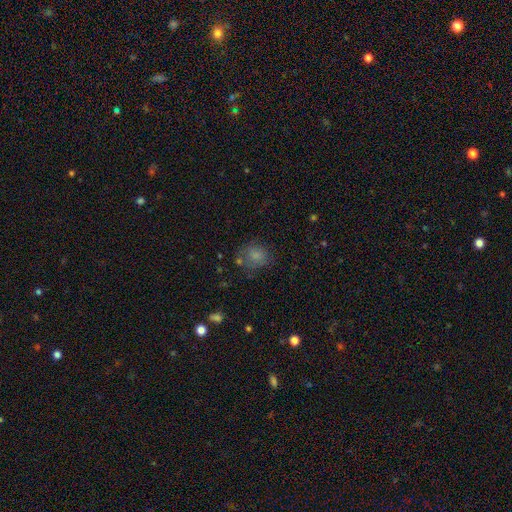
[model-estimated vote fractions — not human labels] Smooth or featured? smooth (78%)
How rounded? round (74%)
Merging? none (63%)